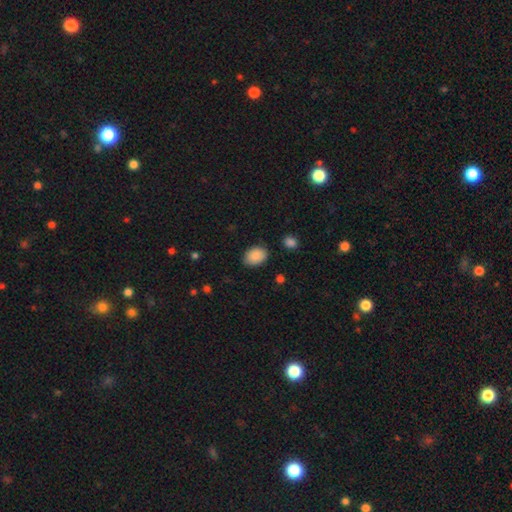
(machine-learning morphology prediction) smooth-or-featured: smooth: 89% | star or artifact: 7% | featured or disk: 4%
  how-rounded: in between: 77% | round: 22% | cigar-shaped: 1%
  merging: none: 83% | minor disturbance: 12% | major disturbance: 3% | merger: 2%